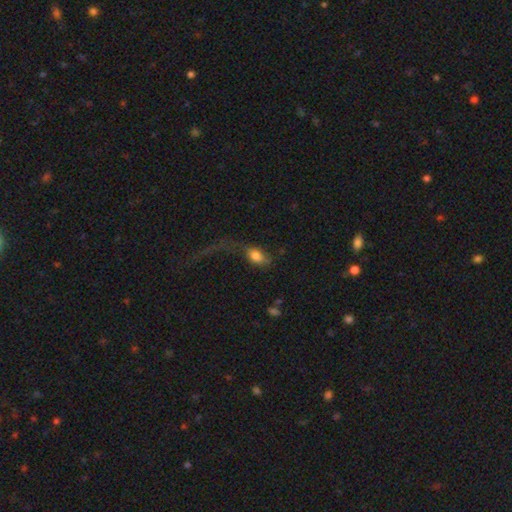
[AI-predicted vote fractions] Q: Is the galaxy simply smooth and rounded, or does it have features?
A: smooth — 73%.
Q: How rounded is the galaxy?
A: in between — 85%.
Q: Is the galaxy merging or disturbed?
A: major disturbance — 53%.